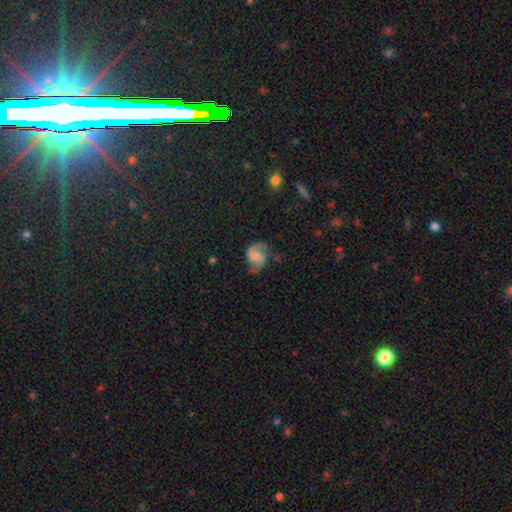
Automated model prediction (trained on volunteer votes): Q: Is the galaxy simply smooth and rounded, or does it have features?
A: featured or disk — 74%.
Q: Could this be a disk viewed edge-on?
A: no — 98%.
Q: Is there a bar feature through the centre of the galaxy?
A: no — 56%.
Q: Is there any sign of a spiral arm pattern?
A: yes — 94%.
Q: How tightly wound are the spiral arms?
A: medium — 50%.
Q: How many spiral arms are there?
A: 2 — 86%.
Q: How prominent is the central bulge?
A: small — 39%.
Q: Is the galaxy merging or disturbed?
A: none — 57%.